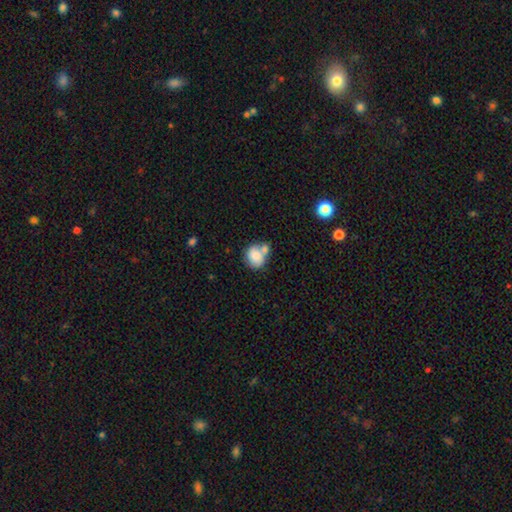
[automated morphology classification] smooth_or_featured: smooth (p=0.79) [alt: featured or disk p=0.13]
how_rounded: round (p=0.65) [alt: in between p=0.34]
merging: merger (p=0.44) [alt: none p=0.36]